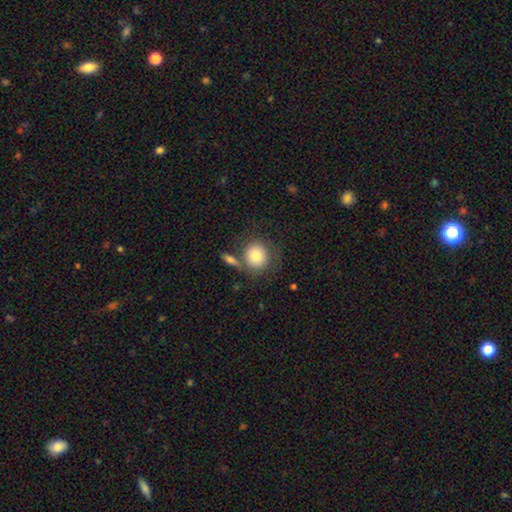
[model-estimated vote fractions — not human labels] smooth-or-featured: smooth: 81% | featured or disk: 11% | star or artifact: 8%
  how-rounded: round: 87% | in between: 12% | cigar-shaped: 1%
  merging: none: 61% | merger: 18% | minor disturbance: 15% | major disturbance: 7%